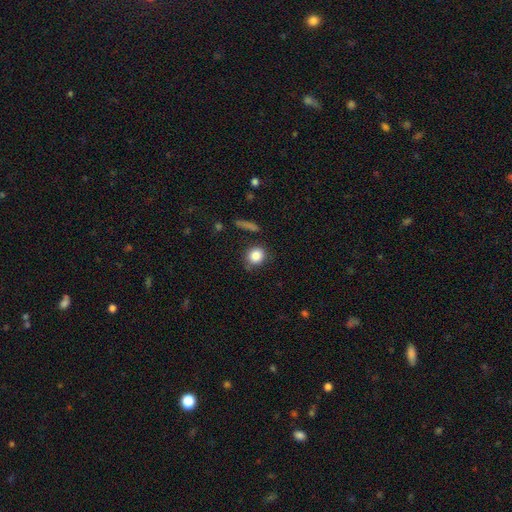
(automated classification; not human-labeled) smooth-or-featured: smooth: 85% | star or artifact: 9% | featured or disk: 6%
  how-rounded: round: 80% | in between: 18% | cigar-shaped: 2%
  merging: none: 75% | minor disturbance: 16% | major disturbance: 4% | merger: 4%